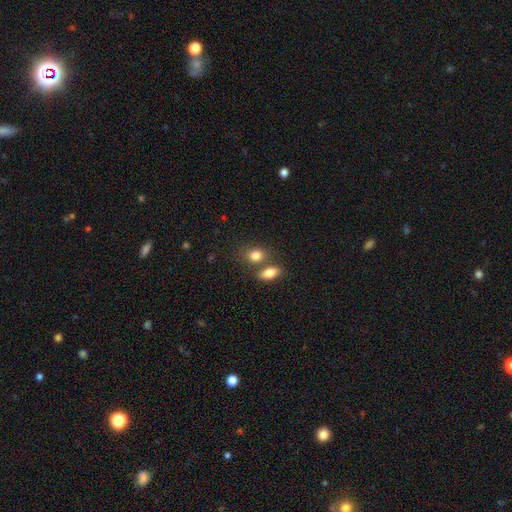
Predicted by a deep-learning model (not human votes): A smooth galaxy with no disk features (82%) that is in between round and cigar-shaped (59%).

Vote fractions:
- Smooth or featured? smooth: 82% / star or artifact: 9% / featured or disk: 9%
- How rounded? in between: 59% / round: 38% / cigar-shaped: 2%
- Merging? none: 51% / merger: 35% / minor disturbance: 11% / major disturbance: 4%